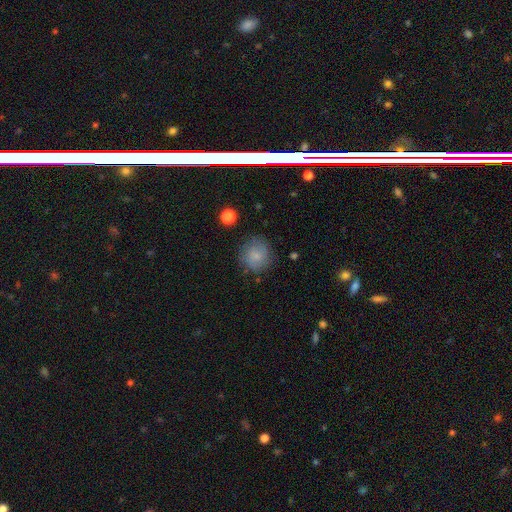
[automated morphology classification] A smooth galaxy with no disk features (76%) that is round (89%). Merging: none (76%).